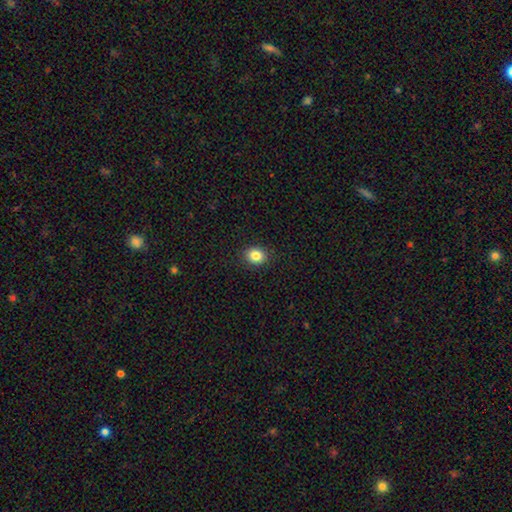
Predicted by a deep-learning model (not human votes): smooth-or-featured: smooth: 84% | star or artifact: 10% | featured or disk: 6%
  how-rounded: round: 67% | in between: 32% | cigar-shaped: 1%
  merging: none: 91% | minor disturbance: 6% | major disturbance: 2% | merger: 1%